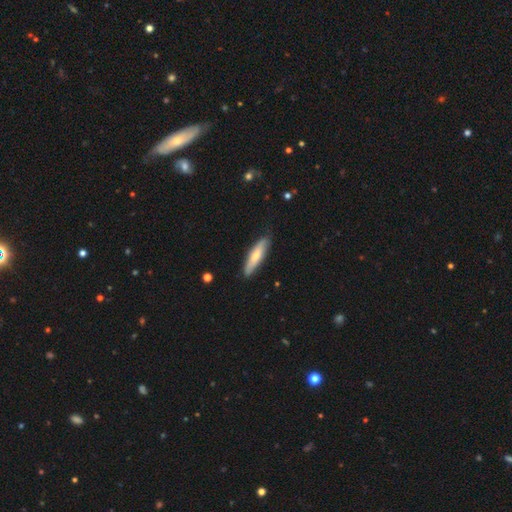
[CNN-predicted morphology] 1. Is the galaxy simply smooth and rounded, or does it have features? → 62% smooth, 33% featured or disk, 5% star or artifact.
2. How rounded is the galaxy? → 73% cigar-shaped, 26% in between, 2% round.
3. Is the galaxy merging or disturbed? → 85% none, 12% minor disturbance, 2% major disturbance, 1% merger.